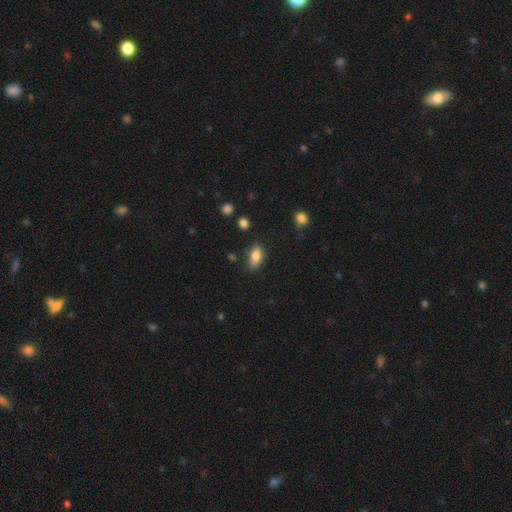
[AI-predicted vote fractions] Smooth or featured? smooth (84%)
How rounded? in between (89%)
Merging? none (78%)